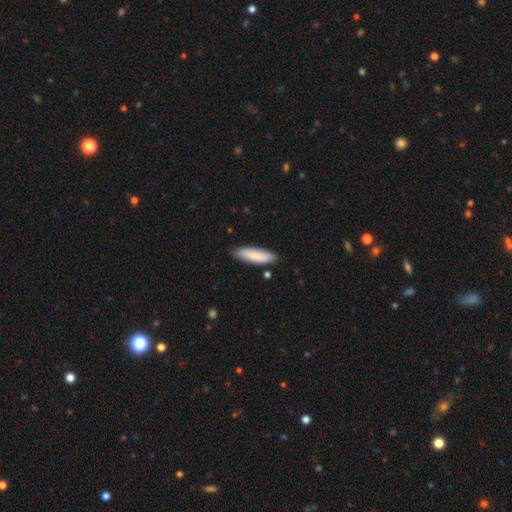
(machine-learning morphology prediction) smooth-or-featured: smooth: 88% | featured or disk: 7% | star or artifact: 6%
  how-rounded: cigar-shaped: 56% | in between: 43% | round: 1%
  merging: none: 86% | minor disturbance: 11% | major disturbance: 2% | merger: 2%